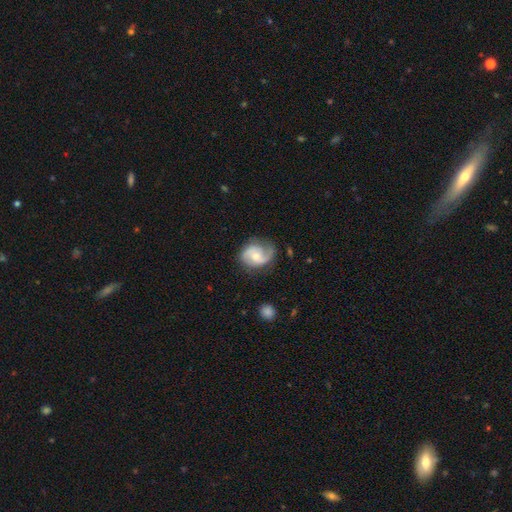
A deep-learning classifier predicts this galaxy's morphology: A featured or disk galaxy (76%) with no bar (57%), 2 (77%) medium (47%) spiral arms (95%) and a moderate central bulge (53%). Merging: none (68%).